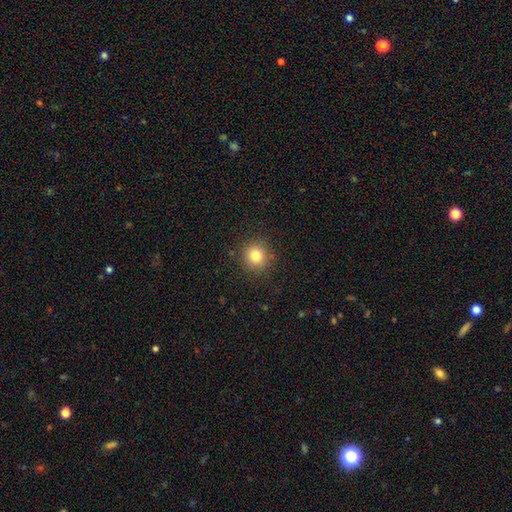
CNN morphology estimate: A smooth galaxy with no disk features (81%) that is round (92%). Merging: none (89%).